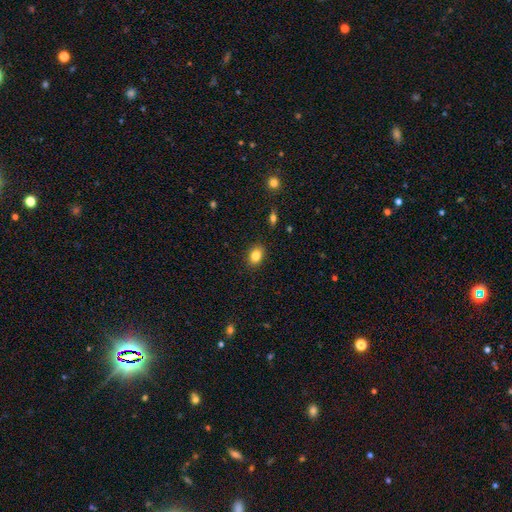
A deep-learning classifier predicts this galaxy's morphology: type=smooth (84%); roundness=in between (71%); merging=none (87%).